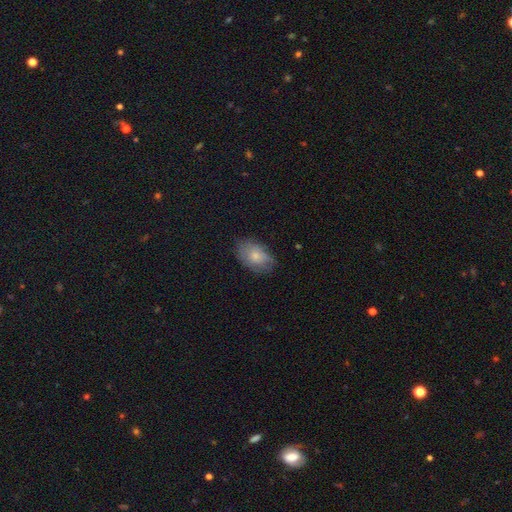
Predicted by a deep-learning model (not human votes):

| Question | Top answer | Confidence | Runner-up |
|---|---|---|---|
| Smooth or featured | smooth | 70% | featured or disk (23%) |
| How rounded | in between | 87% | round (11%) |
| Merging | none | 68% | minor disturbance (24%) |